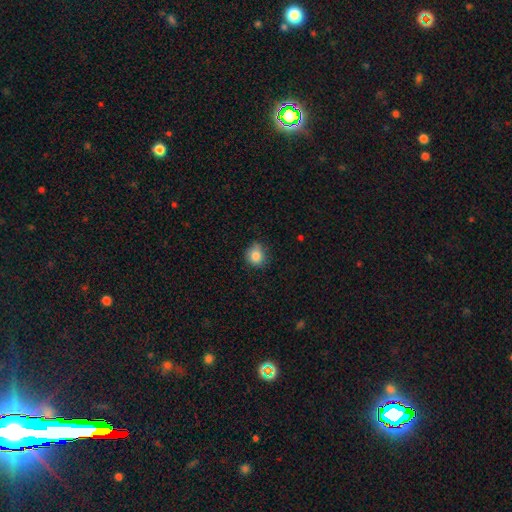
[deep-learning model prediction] smooth-or-featured: smooth: 85% | star or artifact: 10% | featured or disk: 5%
  how-rounded: round: 79% | in between: 20% | cigar-shaped: 1%
  merging: none: 73% | minor disturbance: 22% | major disturbance: 4% | merger: 1%